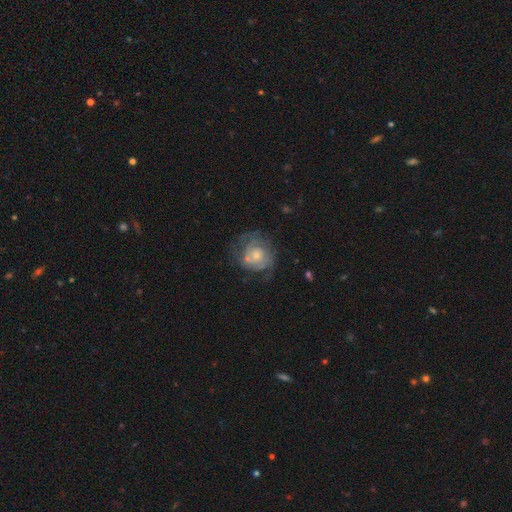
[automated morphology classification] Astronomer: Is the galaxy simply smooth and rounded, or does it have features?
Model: featured or disk — 76%.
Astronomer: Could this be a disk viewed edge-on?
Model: no — 98%.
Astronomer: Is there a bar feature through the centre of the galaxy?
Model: no — 79%.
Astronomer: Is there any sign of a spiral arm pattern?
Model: yes — 86%.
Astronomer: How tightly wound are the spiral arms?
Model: tight — 59%.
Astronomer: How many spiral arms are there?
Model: can't tell — 36% (runner-up: 2, 33%).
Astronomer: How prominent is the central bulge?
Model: small — 51% (runner-up: moderate, 39%).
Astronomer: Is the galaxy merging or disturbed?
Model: none — 56%.